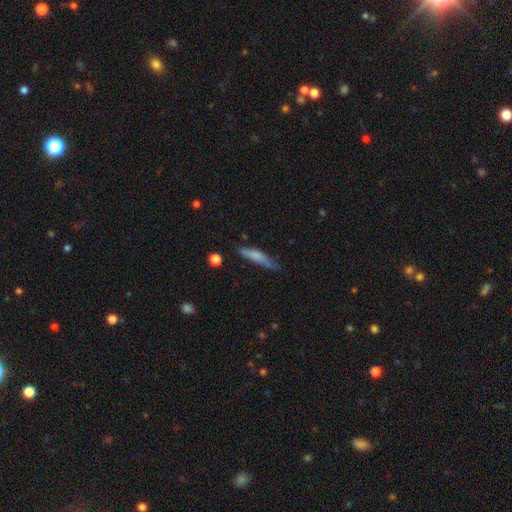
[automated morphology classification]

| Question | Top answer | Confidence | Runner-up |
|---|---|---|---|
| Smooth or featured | smooth | 72% | featured or disk (21%) |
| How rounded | cigar-shaped | 84% | in between (14%) |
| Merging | none | 62% | minor disturbance (28%) |